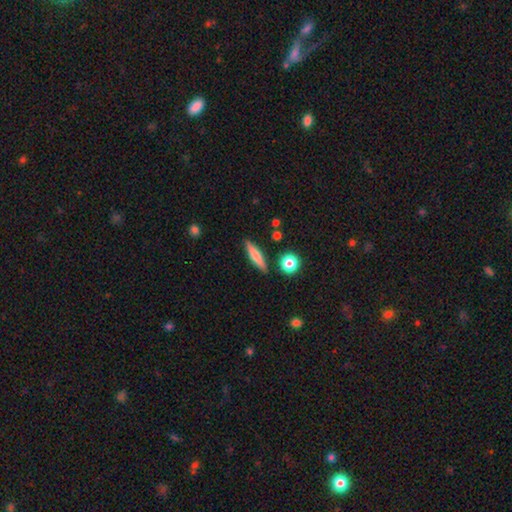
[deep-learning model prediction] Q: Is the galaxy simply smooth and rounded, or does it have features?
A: smooth — 64%.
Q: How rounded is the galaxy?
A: cigar-shaped — 79%.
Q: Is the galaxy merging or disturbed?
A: none — 86%.